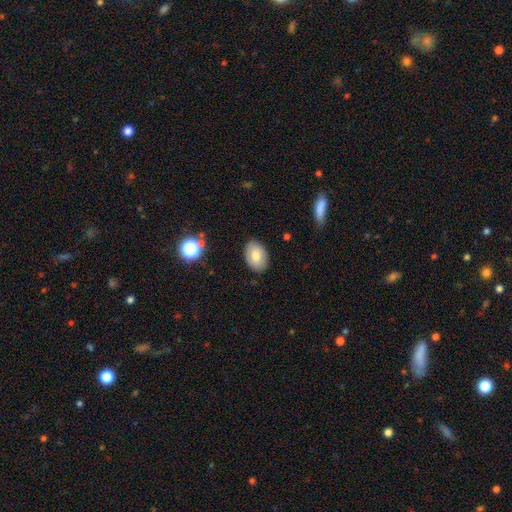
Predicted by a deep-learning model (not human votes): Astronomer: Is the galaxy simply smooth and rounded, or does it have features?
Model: smooth — 73%.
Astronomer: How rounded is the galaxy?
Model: in between — 84%.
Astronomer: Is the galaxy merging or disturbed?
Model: none — 85%.